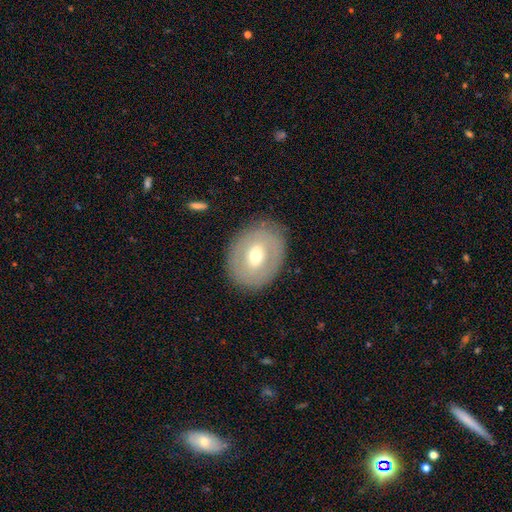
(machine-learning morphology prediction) Smooth or featured?
  - smooth: 47% *
  - featured or disk: 46%
  - star or artifact: 8%
Merging?
  - none: 83% *
  - minor disturbance: 11%
  - major disturbance: 4%
  - merger: 1%